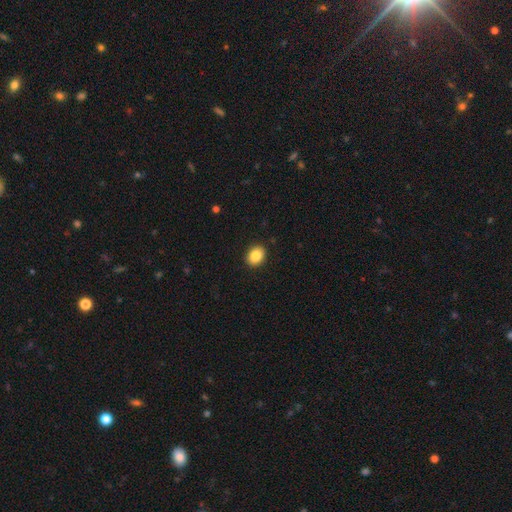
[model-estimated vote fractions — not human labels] The model was most divided on "how rounded": in between: 57%, round: 42%, cigar-shaped: 1%. More confident: merging — none (91%); smooth or featured — smooth (86%).